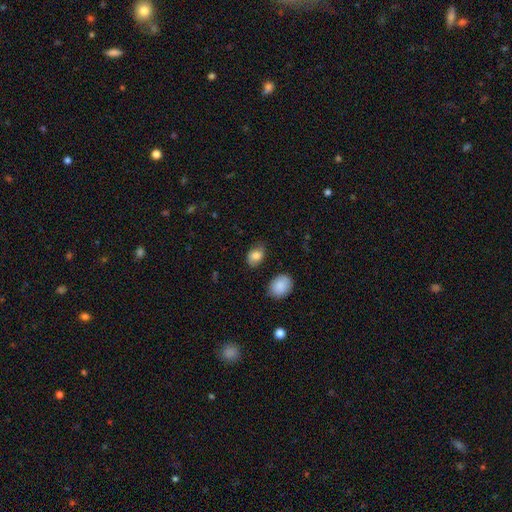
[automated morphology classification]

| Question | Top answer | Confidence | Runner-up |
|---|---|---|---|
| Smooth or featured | smooth | 80% | featured or disk (12%) |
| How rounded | in between | 74% | round (25%) |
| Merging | none | 66% | minor disturbance (25%) |